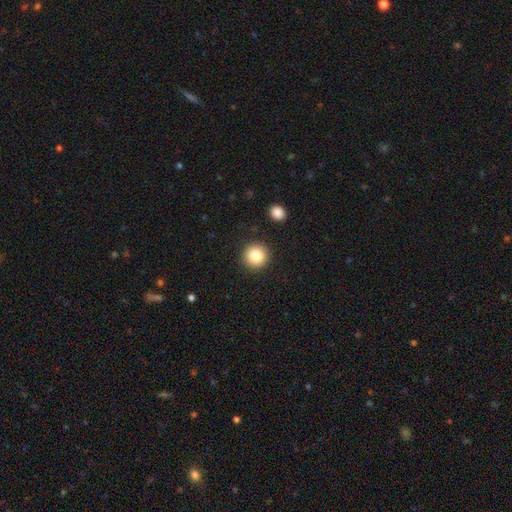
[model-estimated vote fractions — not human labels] smooth-or-featured: smooth: 83% | star or artifact: 10% | featured or disk: 7%
  how-rounded: round: 95% | in between: 4% | cigar-shaped: 1%
  merging: none: 91% | minor disturbance: 6% | major disturbance: 2% | merger: 2%